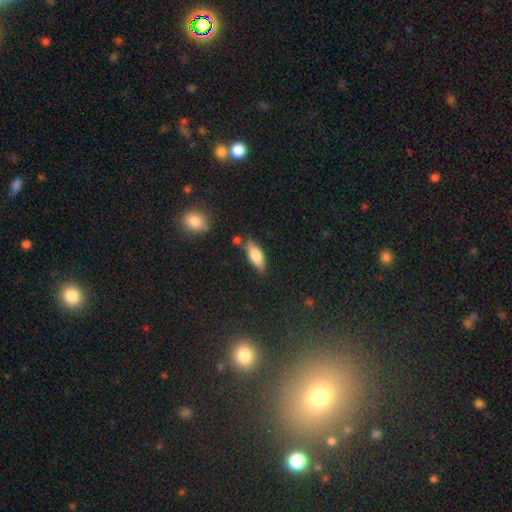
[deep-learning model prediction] smooth 75%, featured or disk 18%, star or artifact 7%. Down the decision tree: how rounded — in between (72%); merging — none (71%).